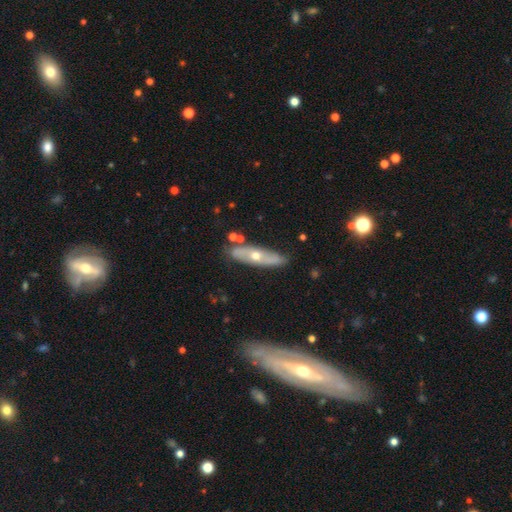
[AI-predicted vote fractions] Smooth or featured? Predicted: featured or disk (p=0.55). Edge-on disk? Predicted: no (p=0.53). Merging? Predicted: none (p=0.79).